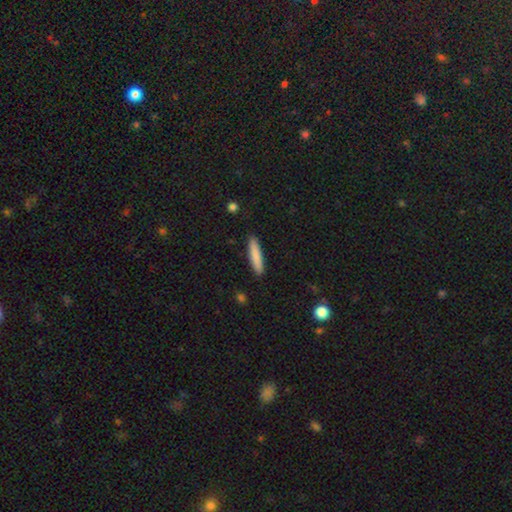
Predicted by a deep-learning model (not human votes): Q: Smooth or featured?
A: smooth (84%); runner-up: featured or disk (10%)
Q: How rounded?
A: cigar-shaped (86%); runner-up: in between (12%)
Q: Merging?
A: none (90%); runner-up: minor disturbance (7%)